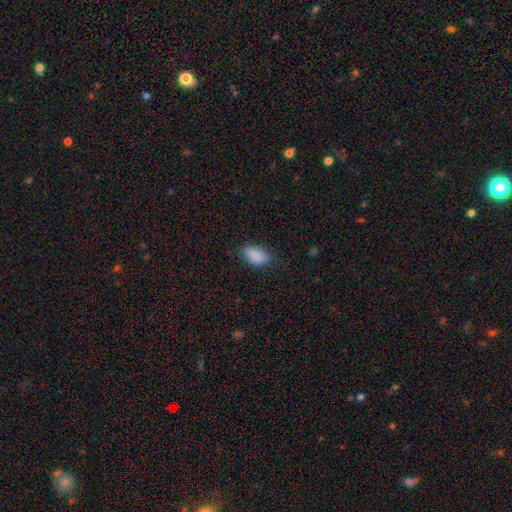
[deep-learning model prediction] A smooth galaxy with no disk features (88%) that is in between round and cigar-shaped (92%).

Vote fractions:
- Smooth or featured? smooth: 88% / star or artifact: 8% / featured or disk: 5%
- How rounded? in between: 92% / round: 5% / cigar-shaped: 3%
- Merging? none: 77% / minor disturbance: 18% / major disturbance: 4% / merger: 1%